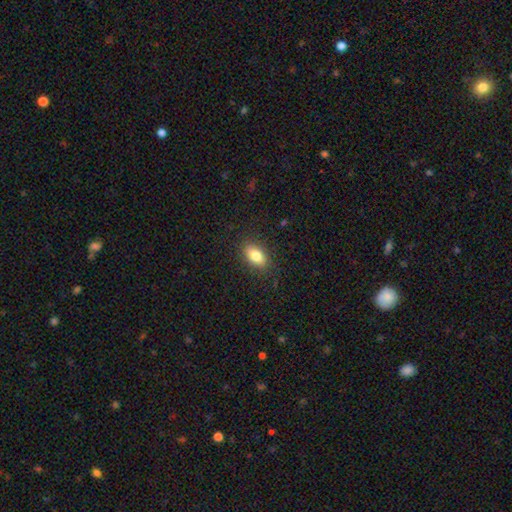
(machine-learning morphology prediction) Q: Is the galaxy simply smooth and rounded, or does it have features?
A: smooth — 82%.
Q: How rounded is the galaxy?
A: in between — 87%.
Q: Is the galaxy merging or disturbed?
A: none — 87%.